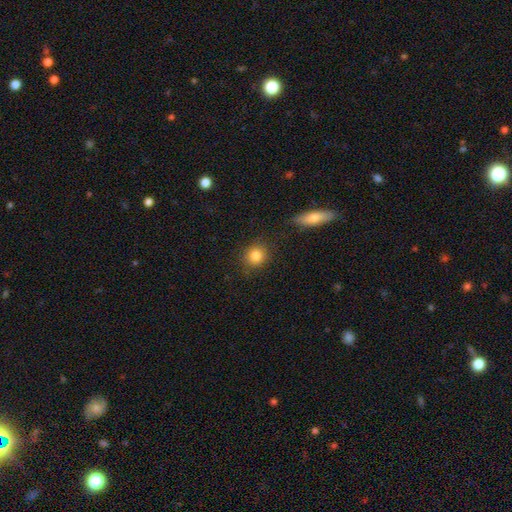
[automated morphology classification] smooth-or-featured: smooth: 84% | star or artifact: 9% | featured or disk: 6%
  how-rounded: round: 82% | in between: 17% | cigar-shaped: 1%
  merging: none: 86% | minor disturbance: 9% | major disturbance: 3% | merger: 3%